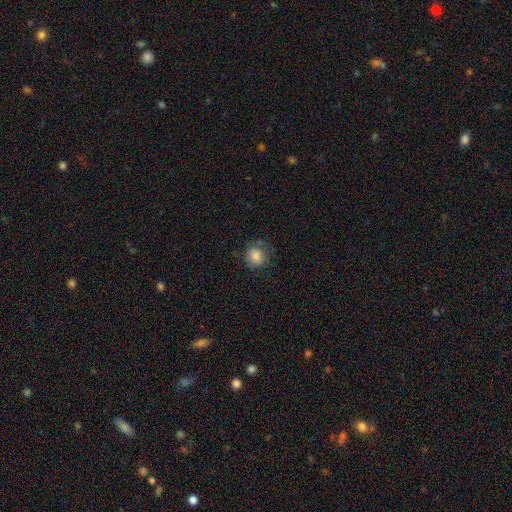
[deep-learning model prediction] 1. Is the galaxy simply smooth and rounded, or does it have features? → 80% smooth, 11% featured or disk, 9% star or artifact.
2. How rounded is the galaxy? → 74% round, 25% in between, 1% cigar-shaped.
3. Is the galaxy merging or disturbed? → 66% none, 22% minor disturbance, 10% major disturbance, 1% merger.